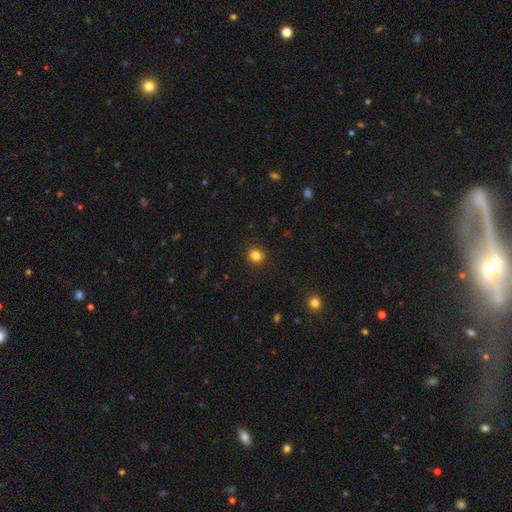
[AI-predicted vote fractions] Q: Smooth or featured?
A: smooth (82%); runner-up: star or artifact (13%)
Q: How rounded?
A: round (84%); runner-up: in between (15%)
Q: Merging?
A: none (90%); runner-up: minor disturbance (6%)